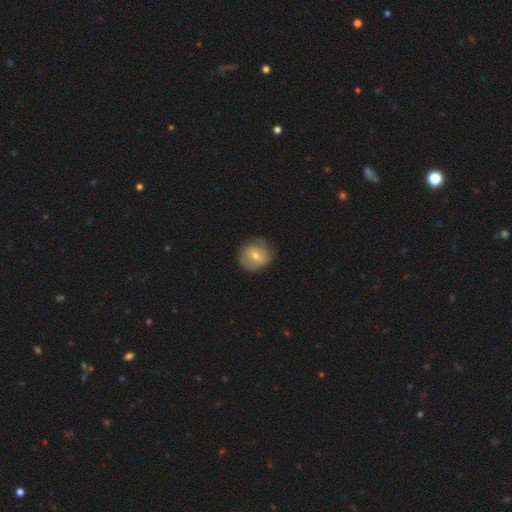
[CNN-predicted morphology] smooth_or_featured: smooth (p=0.50) [alt: featured or disk p=0.43]
merging: none (p=0.75) [alt: minor disturbance p=0.18]